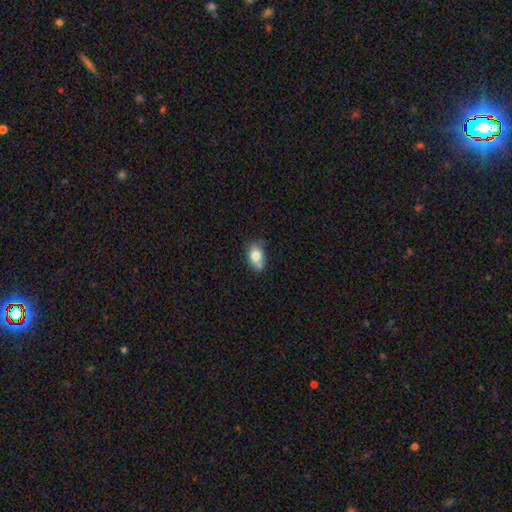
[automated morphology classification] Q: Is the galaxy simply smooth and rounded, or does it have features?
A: smooth — 79%.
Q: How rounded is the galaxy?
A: in between — 69%.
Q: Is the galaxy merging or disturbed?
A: none — 52%.